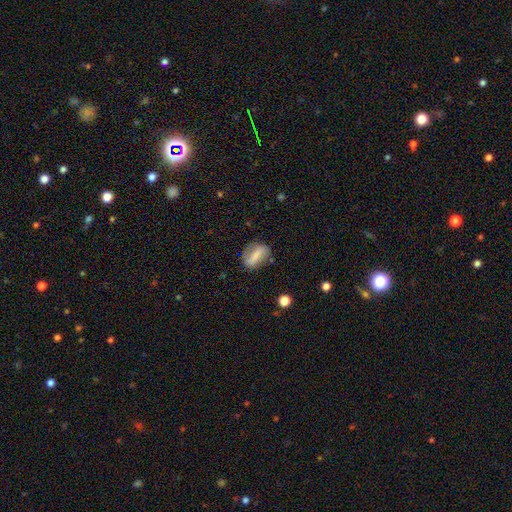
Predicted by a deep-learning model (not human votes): A smooth galaxy with no disk features (55%) that is in between round and cigar-shaped (72%).

Vote fractions:
- Smooth or featured? smooth: 55% / featured or disk: 36% / star or artifact: 8%
- How rounded? in between: 72% / cigar-shaped: 16% / round: 12%
- Merging? none: 69% / minor disturbance: 21% / major disturbance: 8% / merger: 3%